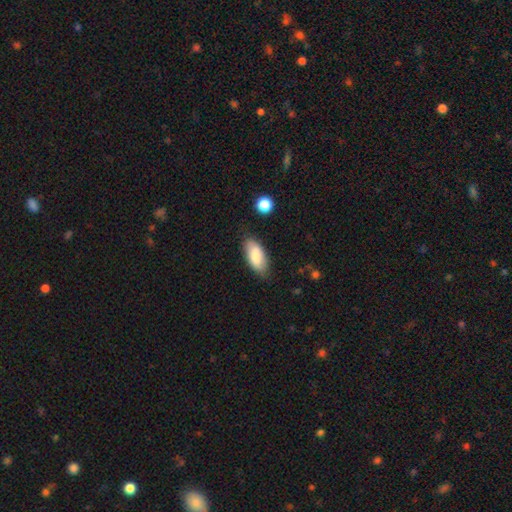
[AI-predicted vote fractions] Smooth or featured?
  - smooth: 79% *
  - featured or disk: 15%
  - star or artifact: 6%
How rounded?
  - in between: 88% *
  - cigar-shaped: 10%
  - round: 2%
Merging?
  - none: 78% *
  - minor disturbance: 17%
  - major disturbance: 3%
  - merger: 2%